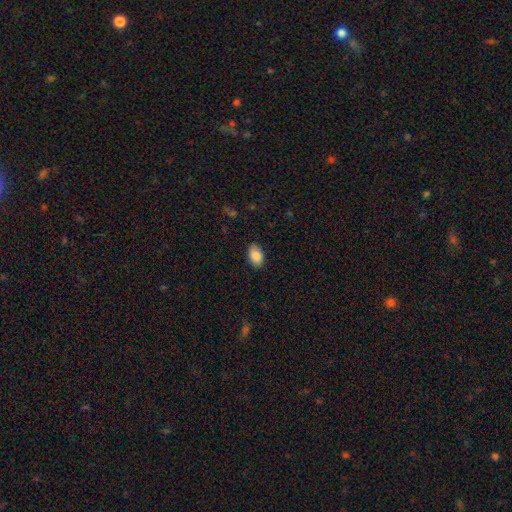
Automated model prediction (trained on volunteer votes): smooth 87%, star or artifact 7%, featured or disk 6%. Down the decision tree: how rounded — in between (89%); merging — none (87%).